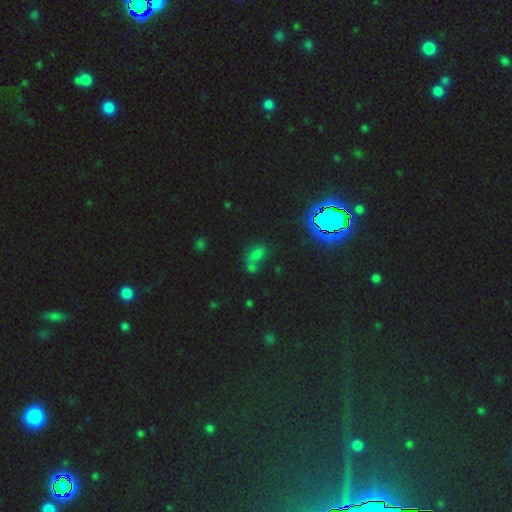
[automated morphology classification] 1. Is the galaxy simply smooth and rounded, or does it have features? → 46% star or artifact, 43% smooth, 11% featured or disk.